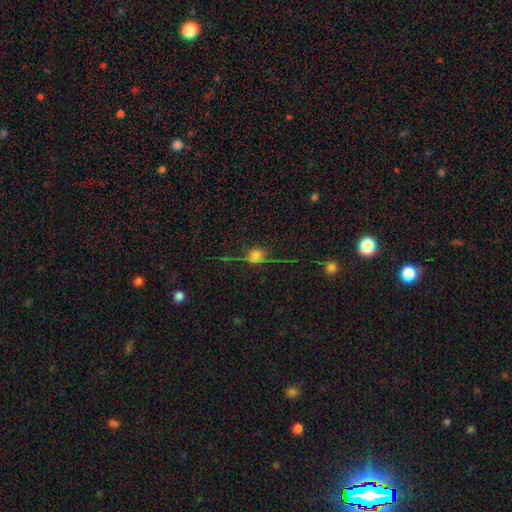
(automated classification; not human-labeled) Morphology: type=smooth (55%); roundness=round (68%); merging=none (63%).